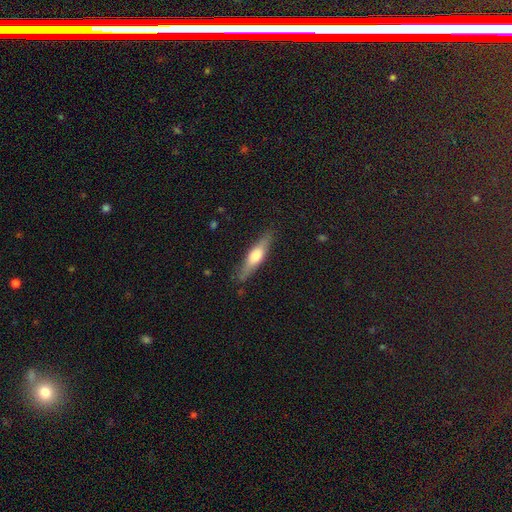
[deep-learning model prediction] This appears to be a featured or disk galaxy (47%, tied with smooth). Merging: none (83%).